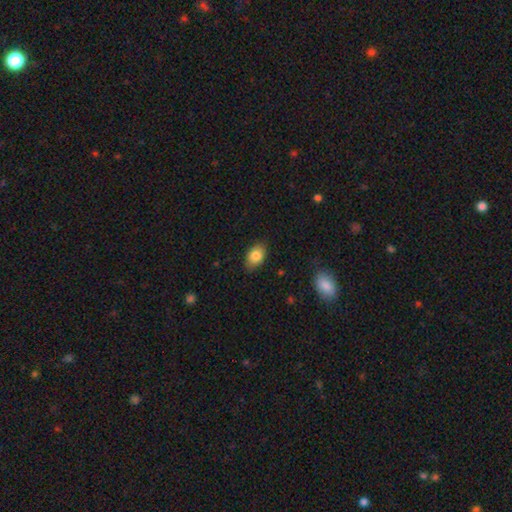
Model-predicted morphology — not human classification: Smooth or featured? smooth (83%)
How rounded? in between (86%)
Merging? none (84%)